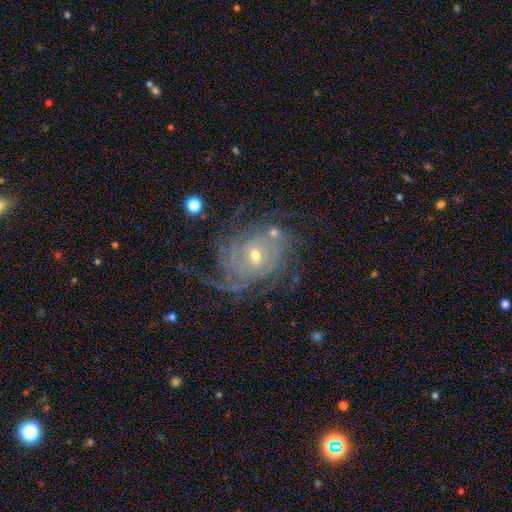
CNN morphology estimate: Overall: featured or disk (86%). Edge-on disk: no (97%). Bar: no (67%). Spiral arms: yes (96%). Spiral arm count: can't tell (31%; 4 22%). Spiral winding: tight (66%; medium 26%). Bulge size: small (54%; moderate 42%). Merging: none (63%).